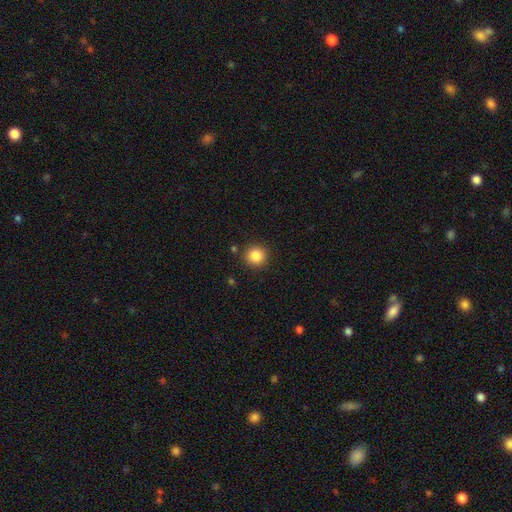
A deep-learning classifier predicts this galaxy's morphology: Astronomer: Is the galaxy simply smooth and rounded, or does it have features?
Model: smooth — 85%.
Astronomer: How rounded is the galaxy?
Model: round — 93%.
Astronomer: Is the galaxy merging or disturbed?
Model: none — 89%.